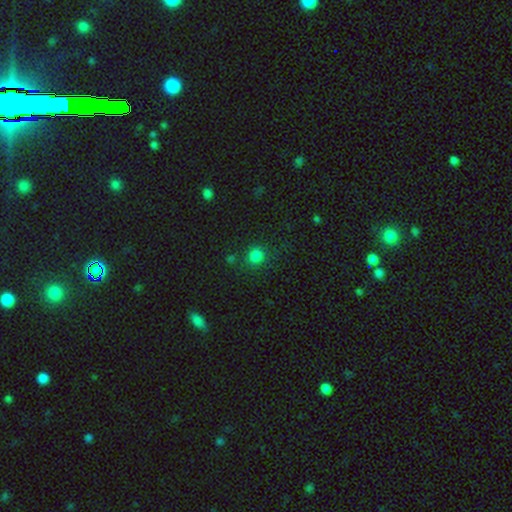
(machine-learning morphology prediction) Smooth or featured? smooth (81%)
How rounded? round (89%)
Merging? none (83%)